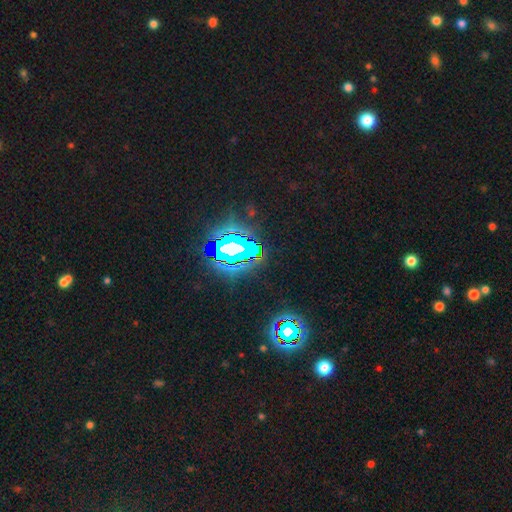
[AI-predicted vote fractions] smooth_or_featured: star or artifact (p=0.71) [alt: featured or disk p=0.15]